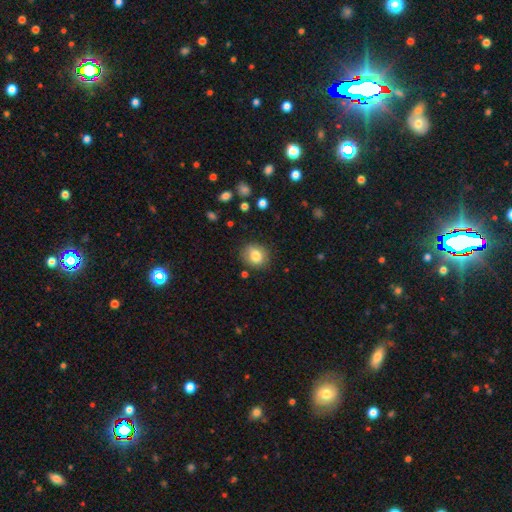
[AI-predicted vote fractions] Overall: smooth (82%). How rounded: round (70%). Merging: none (81%).